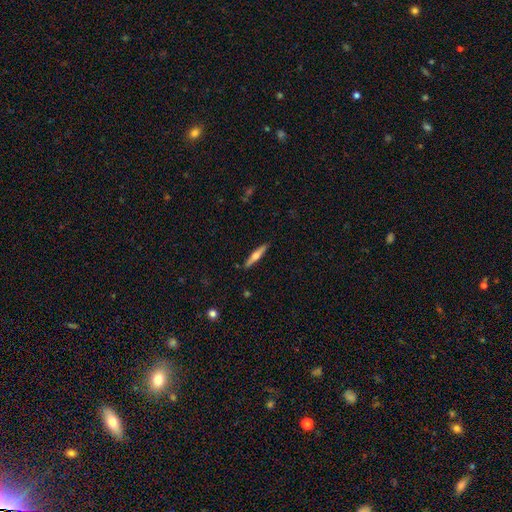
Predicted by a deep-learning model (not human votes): Smooth or featured? featured or disk (51%)
Edge-on disk? yes (96%)
Merging? none (90%)